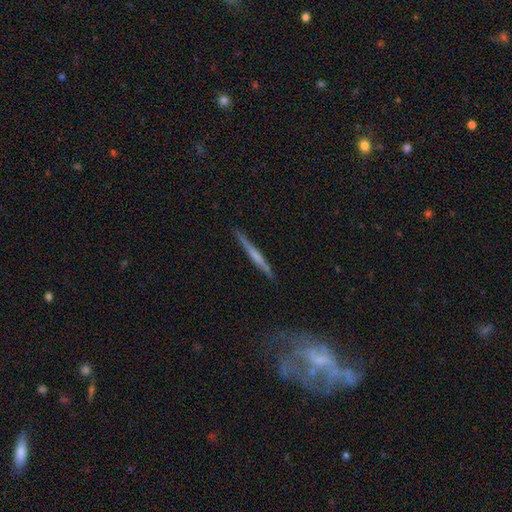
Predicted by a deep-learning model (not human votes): Morphology: type=featured or disk (53%); edge-on=yes (96%); edge-on bulge=none (73%); merging=none (87%).